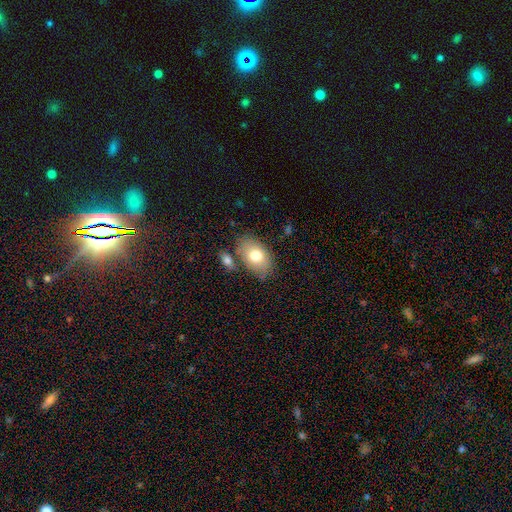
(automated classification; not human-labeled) Morphology: type=smooth (75%); roundness=in between (89%); merging=none (72%).